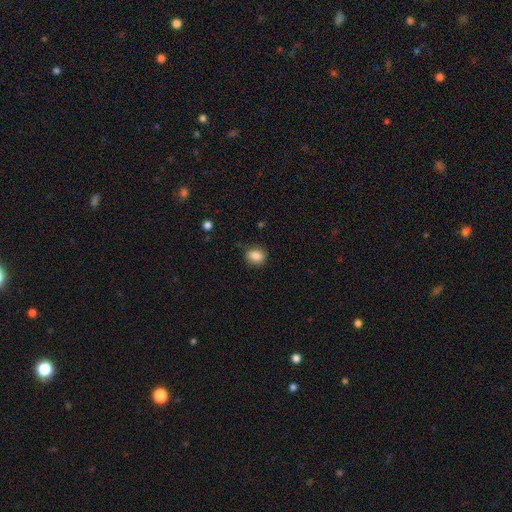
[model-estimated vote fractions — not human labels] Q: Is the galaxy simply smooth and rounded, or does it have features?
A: smooth — 85%.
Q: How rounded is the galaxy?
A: round — 56%.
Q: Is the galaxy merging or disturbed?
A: none — 78%.